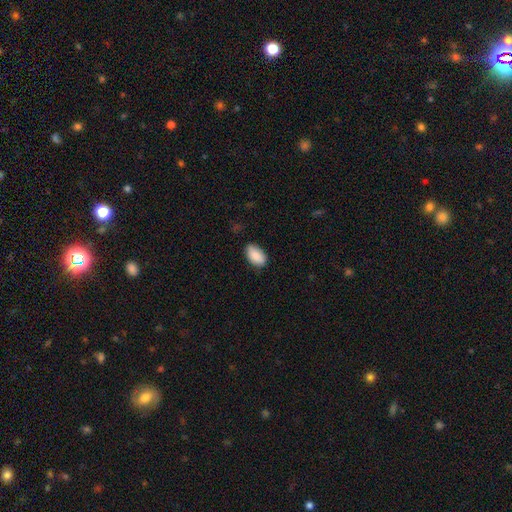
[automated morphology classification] This appears to be a smooth galaxy with no disk features (88%) that is in between round and cigar-shaped (94%). Merging: none (81%).